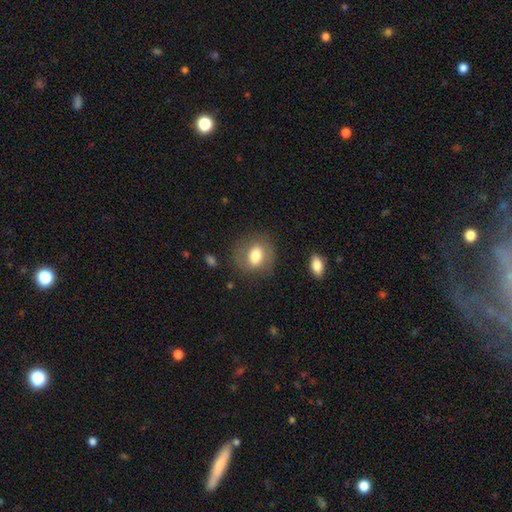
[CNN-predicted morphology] A smooth galaxy with no disk features (71%) that is in between round and cigar-shaped (50%). Merging: none (77%).